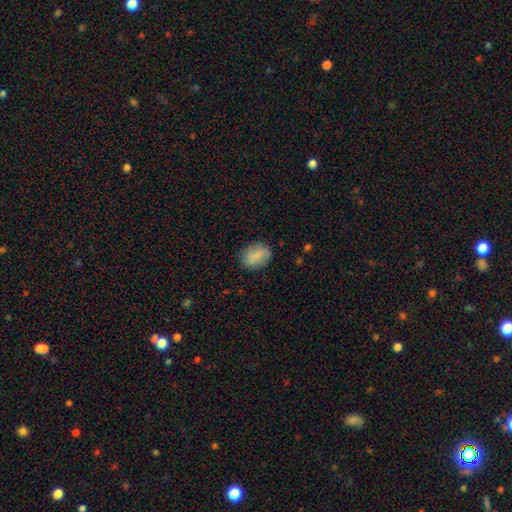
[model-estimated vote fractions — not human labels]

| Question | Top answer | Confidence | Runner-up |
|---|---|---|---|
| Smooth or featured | smooth | 85% | featured or disk (8%) |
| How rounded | in between | 70% | round (29%) |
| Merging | none | 82% | minor disturbance (13%) |